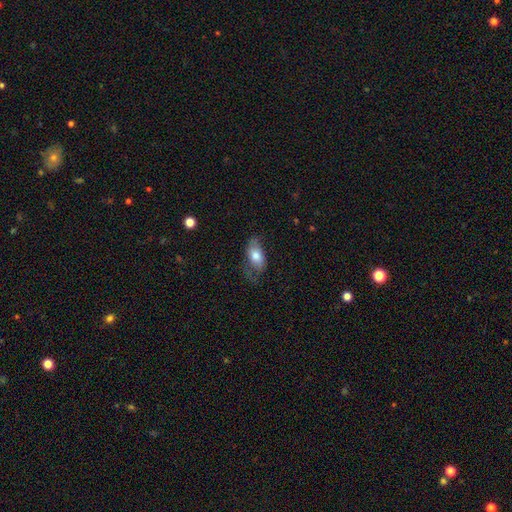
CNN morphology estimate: Smooth or featured? smooth (70%)
How rounded? in between (90%)
Merging? none (47%)